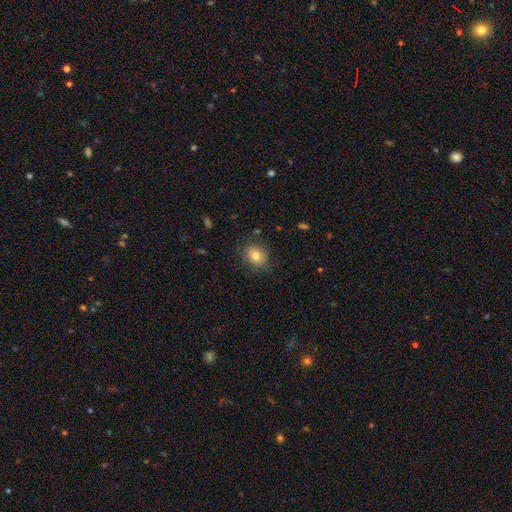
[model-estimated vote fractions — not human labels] Q: Smooth or featured?
A: smooth (80%); runner-up: star or artifact (10%)
Q: How rounded?
A: round (69%); runner-up: in between (30%)
Q: Merging?
A: none (82%); runner-up: minor disturbance (14%)